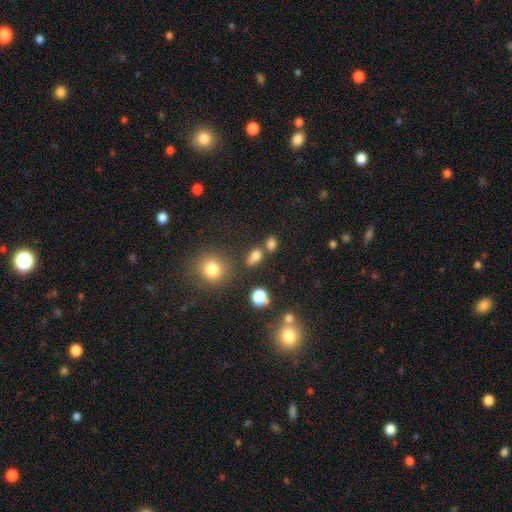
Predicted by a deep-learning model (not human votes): Smooth or featured? Predicted: smooth (p=0.76). How rounded? Predicted: in between (p=0.72). Merging? Predicted: none (p=0.60).